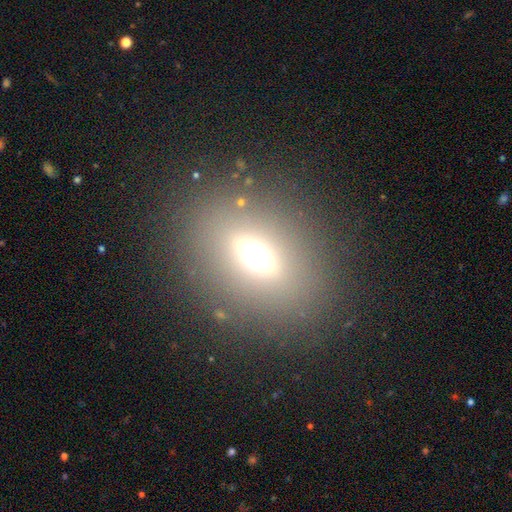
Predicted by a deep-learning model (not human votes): Smooth or featured? smooth (54%)
How rounded? in between (64%)
Merging? none (83%)